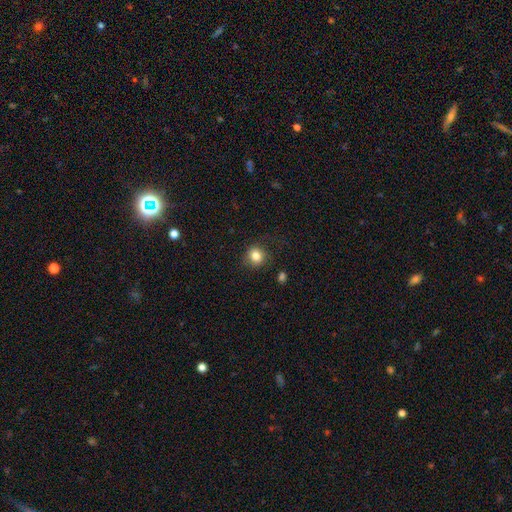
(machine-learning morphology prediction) Overall: smooth (83%). How rounded: round (84%). Merging: none (80%).